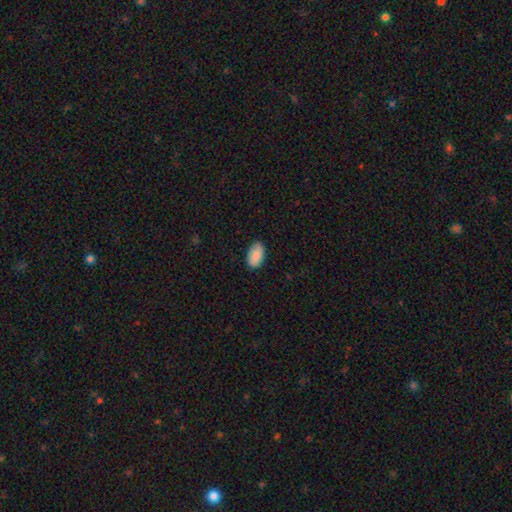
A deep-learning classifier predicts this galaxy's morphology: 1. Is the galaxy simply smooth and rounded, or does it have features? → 89% smooth, 6% star or artifact, 5% featured or disk.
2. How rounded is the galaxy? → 95% in between, 3% round, 2% cigar-shaped.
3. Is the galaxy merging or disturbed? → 85% none, 11% minor disturbance, 2% major disturbance, 1% merger.